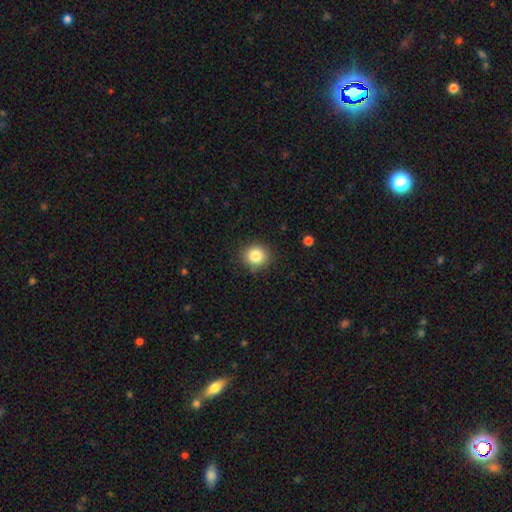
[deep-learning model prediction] This appears to be a smooth galaxy with no disk features (84%) that is round (86%). Merging: none (87%).